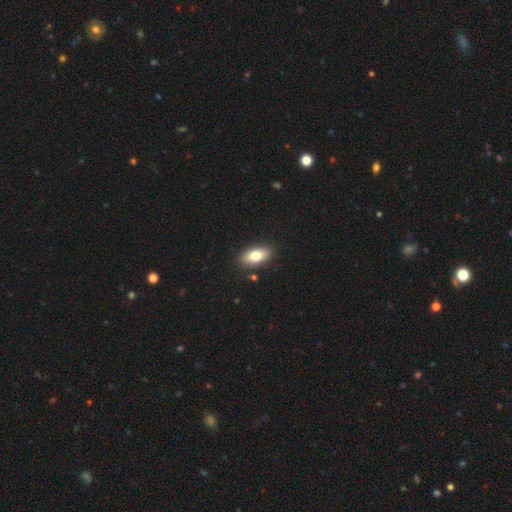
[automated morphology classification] A smooth galaxy with no disk features (80%) that is in between round and cigar-shaped (90%).

Vote fractions:
- Smooth or featured? smooth: 80% / featured or disk: 13% / star or artifact: 8%
- How rounded? in between: 90% / cigar-shaped: 6% / round: 5%
- Merging? none: 87% / minor disturbance: 9% / major disturbance: 2% / merger: 2%